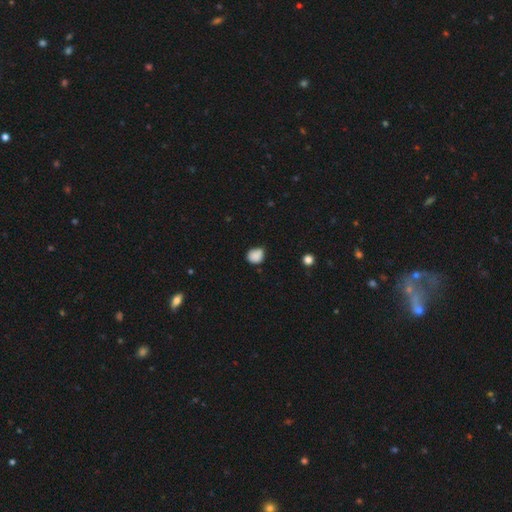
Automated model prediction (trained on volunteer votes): Morphology: type=smooth (85%); roundness=round (74%); merging=none (61%).